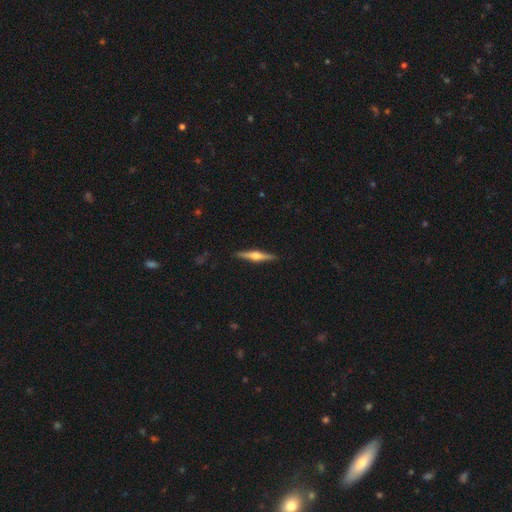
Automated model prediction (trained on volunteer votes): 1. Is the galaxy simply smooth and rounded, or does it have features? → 72% featured or disk, 23% smooth, 5% star or artifact.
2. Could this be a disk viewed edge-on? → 98% yes, 2% no.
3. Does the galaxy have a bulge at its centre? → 93% rounded, 4% boxy, 3% none.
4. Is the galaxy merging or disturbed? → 91% none, 6% minor disturbance, 1% major disturbance, 1% merger.